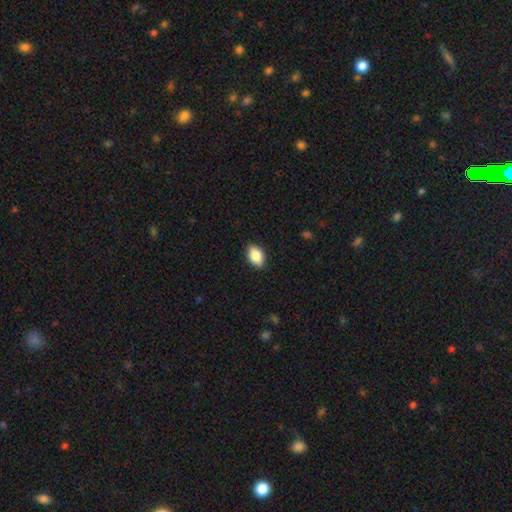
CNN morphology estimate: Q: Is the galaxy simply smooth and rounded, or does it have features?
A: smooth — 86%.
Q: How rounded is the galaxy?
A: in between — 87%.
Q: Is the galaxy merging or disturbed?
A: none — 87%.